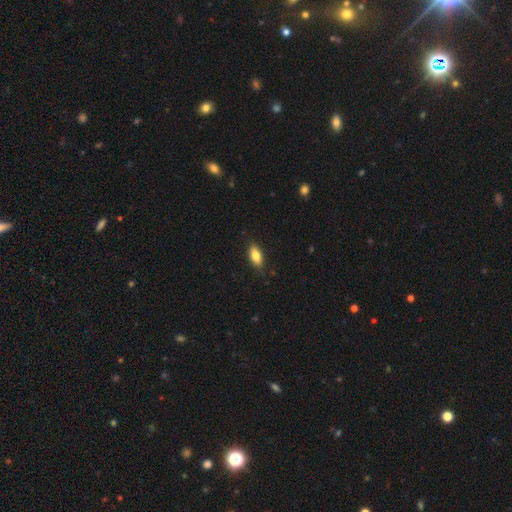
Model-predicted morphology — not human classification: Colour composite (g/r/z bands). It shows a smooth galaxy with no disk features (80%) that is in between round and cigar-shaped (84%). Merging: none (86%).